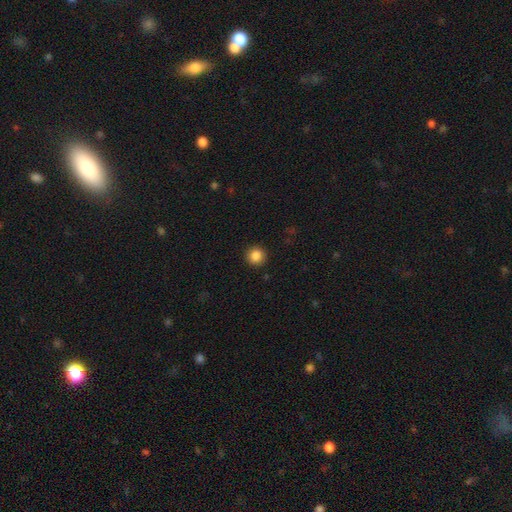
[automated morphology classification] Overall: smooth (86%). How rounded: round (94%). Merging: none (92%).